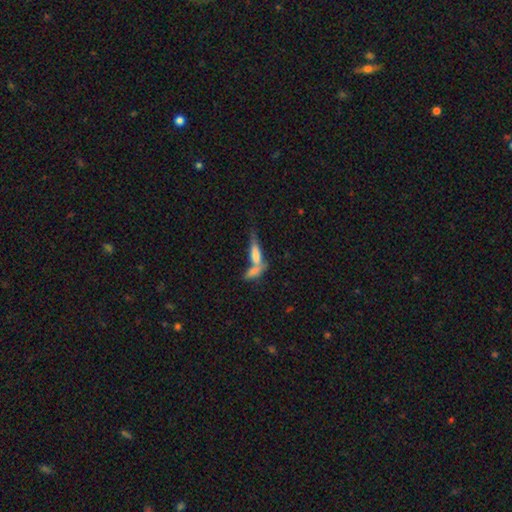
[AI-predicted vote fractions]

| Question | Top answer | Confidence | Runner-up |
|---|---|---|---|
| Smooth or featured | smooth | 63% | featured or disk (29%) |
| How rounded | cigar-shaped | 60% | in between (37%) |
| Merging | merger | 58% | none (26%) |